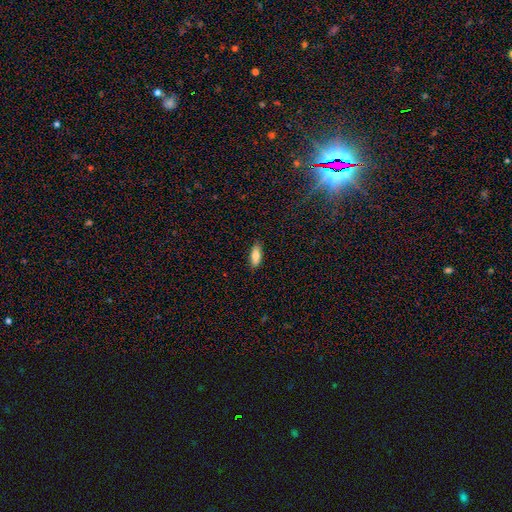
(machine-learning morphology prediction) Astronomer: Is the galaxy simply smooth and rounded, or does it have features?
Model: smooth — 82%.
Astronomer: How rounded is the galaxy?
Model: in between — 75%.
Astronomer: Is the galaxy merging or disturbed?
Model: none — 87%.